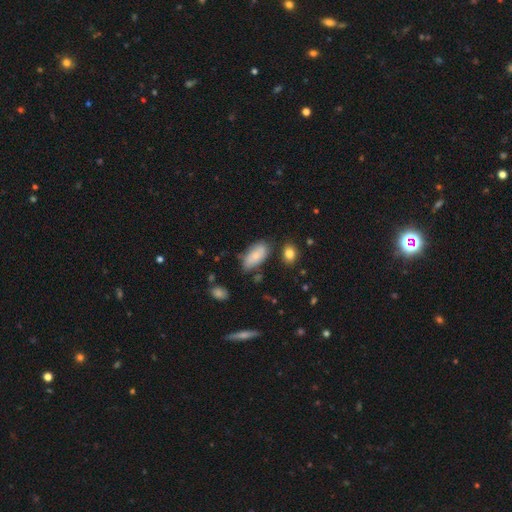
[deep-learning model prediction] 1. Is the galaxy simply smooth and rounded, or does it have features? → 76% smooth, 16% featured or disk, 7% star or artifact.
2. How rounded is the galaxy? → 91% in between, 6% cigar-shaped, 3% round.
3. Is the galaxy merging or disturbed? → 65% none, 24% minor disturbance, 6% major disturbance, 5% merger.